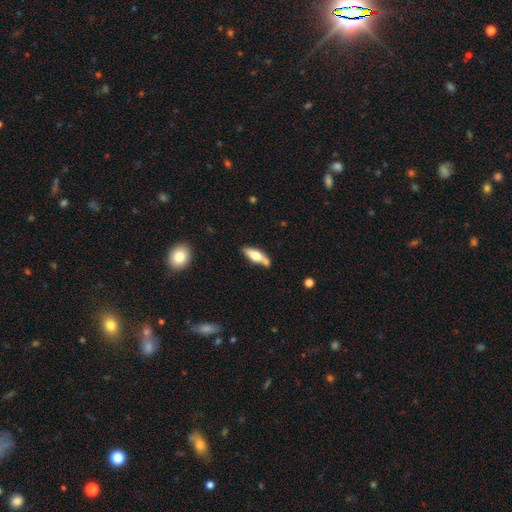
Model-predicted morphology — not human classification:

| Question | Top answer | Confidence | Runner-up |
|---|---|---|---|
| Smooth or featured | smooth | 56% | featured or disk (38%) |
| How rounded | in between | 57% | cigar-shaped (40%) |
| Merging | none | 68% | minor disturbance (18%) |